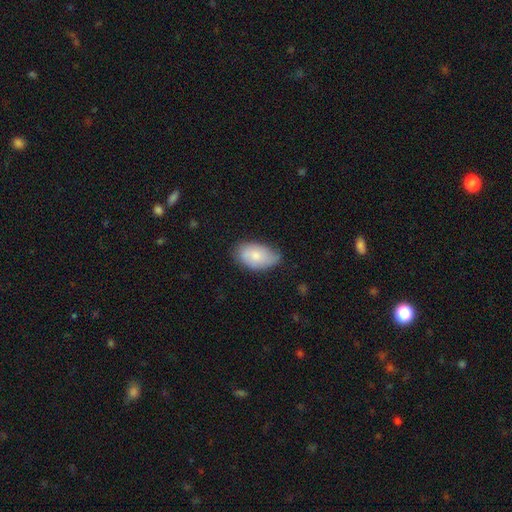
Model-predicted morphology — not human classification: Overall: smooth (73%). How rounded: in between (93%). Merging: none (61%; minor disturbance 32%).